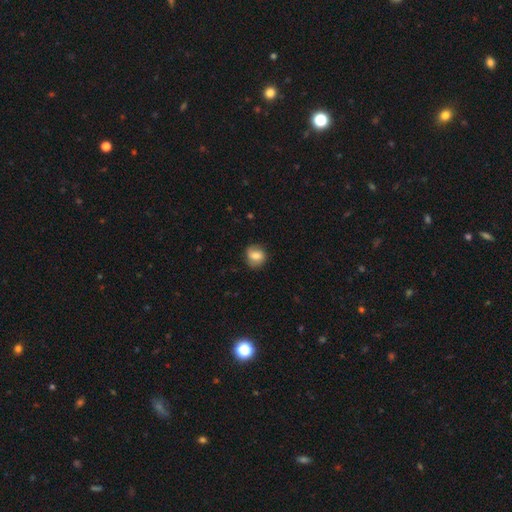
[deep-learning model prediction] Smooth or featured? Predicted: smooth (p=0.67). How rounded? Predicted: round (p=0.77). Merging? Predicted: none (p=0.77).